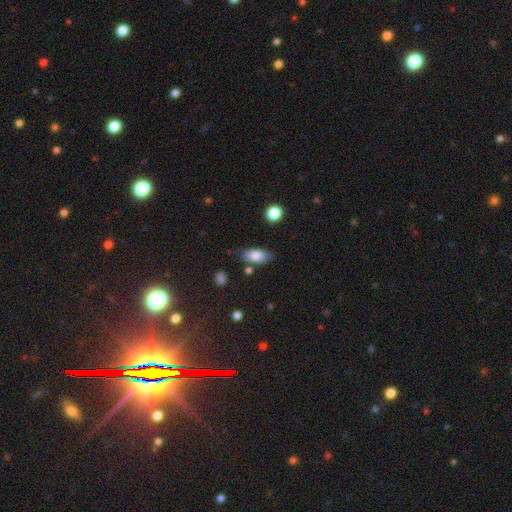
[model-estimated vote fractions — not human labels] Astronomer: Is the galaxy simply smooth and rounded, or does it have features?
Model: smooth — 84%.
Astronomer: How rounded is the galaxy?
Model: in between — 90%.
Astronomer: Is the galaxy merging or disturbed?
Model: none — 73%.